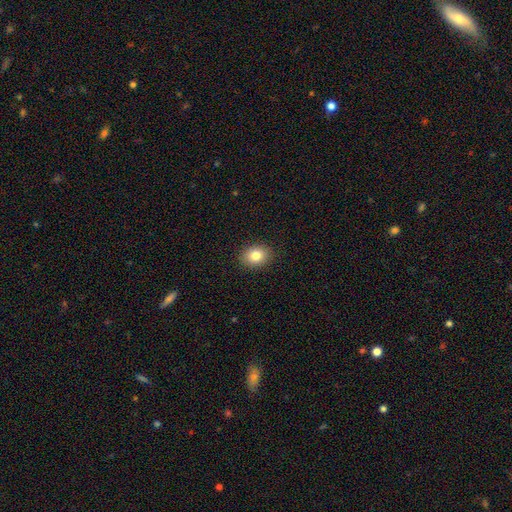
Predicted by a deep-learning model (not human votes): This is clearly a smooth galaxy (83%). How rounded: likely in between (61%). Merging: clearly none (89%).